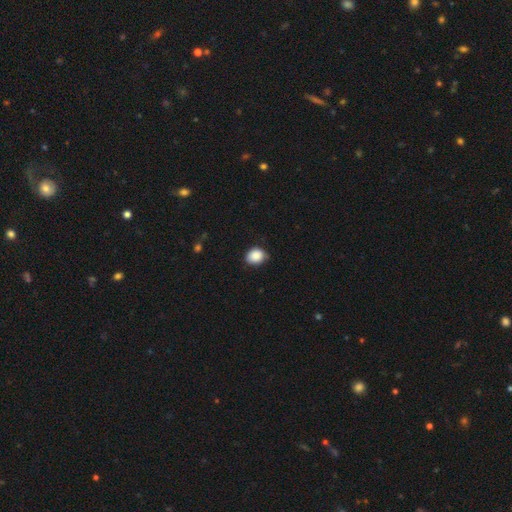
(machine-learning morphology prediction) smooth_or_featured: smooth (p=0.88) [alt: star or artifact p=0.08]
how_rounded: round (p=0.54) [alt: in between p=0.45]
merging: none (p=0.78) [alt: minor disturbance p=0.19]